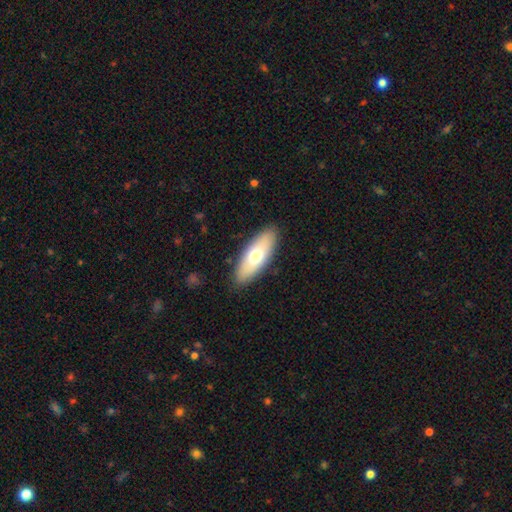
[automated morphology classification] Overall: smooth (65%; featured or disk 29%). How rounded: in between (72%). Merging: none (88%).